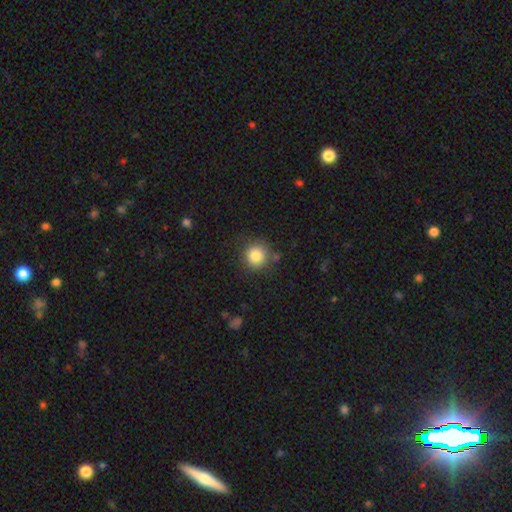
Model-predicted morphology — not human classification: type=smooth (83%); roundness=round (92%); merging=none (81%).